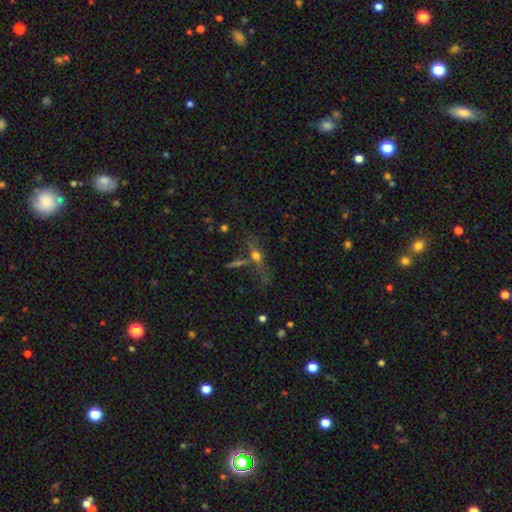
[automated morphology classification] smooth 42%, featured or disk 41%, star or artifact 17%. Down the decision tree: merging — none (50%).